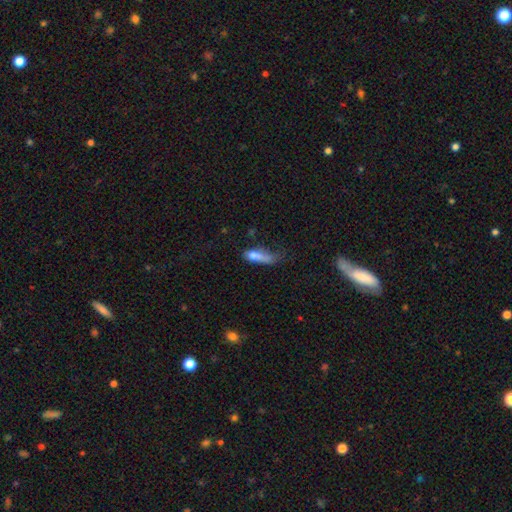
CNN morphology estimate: Smooth or featured?
  - smooth: 71% *
  - featured or disk: 19%
  - star or artifact: 10%
How rounded?
  - in between: 52% *
  - cigar-shaped: 44%
  - round: 4%
Merging?
  - major disturbance: 42% *
  - minor disturbance: 27%
  - none: 22%
  - merger: 9%